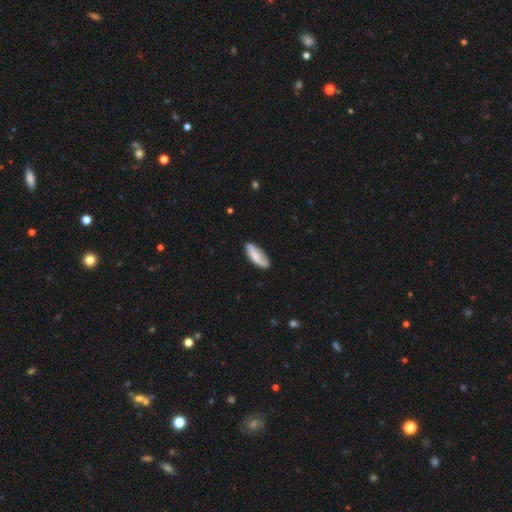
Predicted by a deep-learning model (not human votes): A smooth galaxy with no disk features (68%) that is in between round and cigar-shaped (71%).

Vote fractions:
- Smooth or featured? smooth: 68% / featured or disk: 25% / star or artifact: 6%
- How rounded? in between: 71% / cigar-shaped: 28% / round: 2%
- Merging? none: 70% / minor disturbance: 23% / major disturbance: 5% / merger: 2%